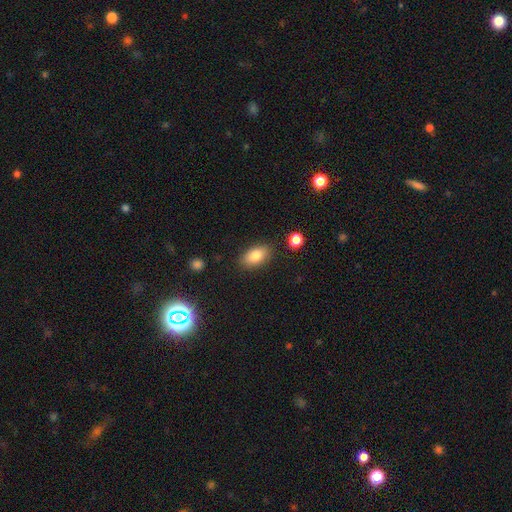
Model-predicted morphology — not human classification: A smooth galaxy with no disk features (81%) that is in between round and cigar-shaped (90%).

Vote fractions:
- Smooth or featured? smooth: 81% / featured or disk: 10% / star or artifact: 9%
- How rounded? in between: 90% / round: 7% / cigar-shaped: 3%
- Merging? none: 85% / minor disturbance: 10% / major disturbance: 3% / merger: 2%